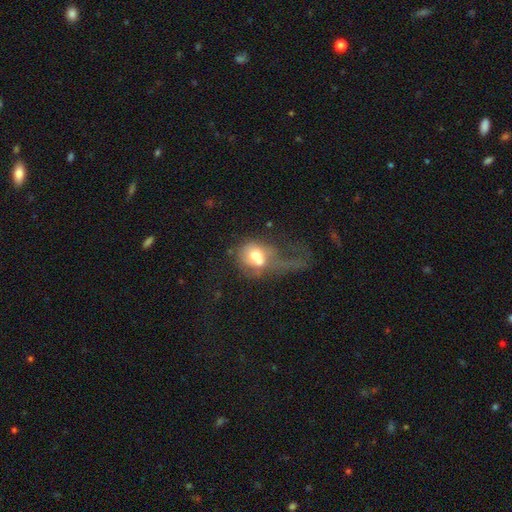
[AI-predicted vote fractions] Smooth or featured? Predicted: smooth (p=0.60). How rounded? Predicted: round (p=0.64). Merging? Predicted: major disturbance (p=0.39).